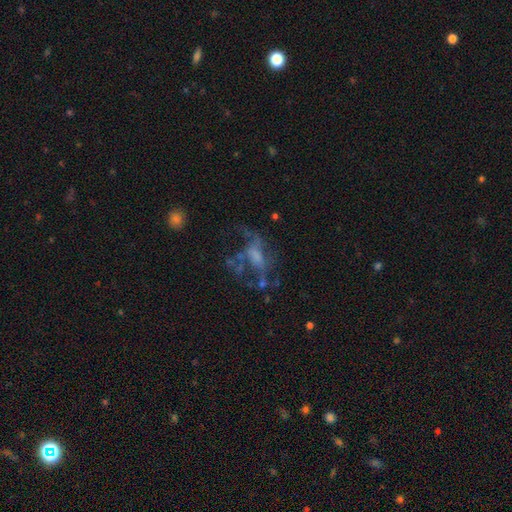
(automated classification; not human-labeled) The model was most divided on "merging": major disturbance: 43%, none: 35%, minor disturbance: 15%, merger: 7%. Remaining: edge-on disk — no (94%); bar — no (63%); smooth or featured — featured or disk (61%); spiral arms — no (61%); bulge size — none (43%).